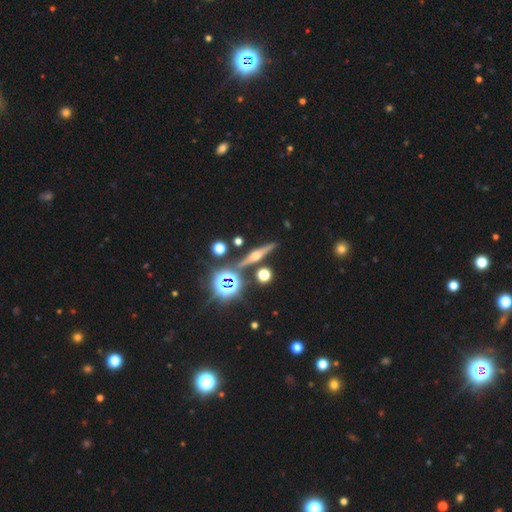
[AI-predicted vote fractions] smooth-or-featured: featured or disk: 68% | star or artifact: 18% | smooth: 14%
  disk-edge-on: yes: 96% | no: 4%
    edge-on-bulge: rounded: 93% | boxy: 4% | none: 3%
  merging: none: 87% | minor disturbance: 7% | merger: 4% | major disturbance: 2%